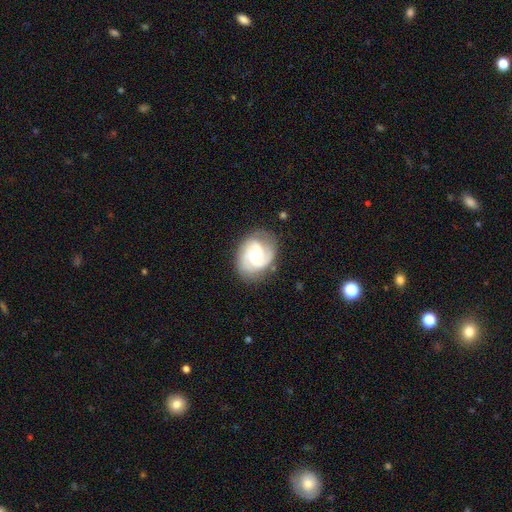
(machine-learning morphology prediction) Smooth or featured? featured or disk (84%)
Edge-on disk? no (98%)
Bar? no (52%)
Spiral arms? yes (97%)
Spiral winding? tight (45%, tied with medium)
Spiral arm count? 3 (41%)
Bulge size? small (46%)
Merging? none (76%)